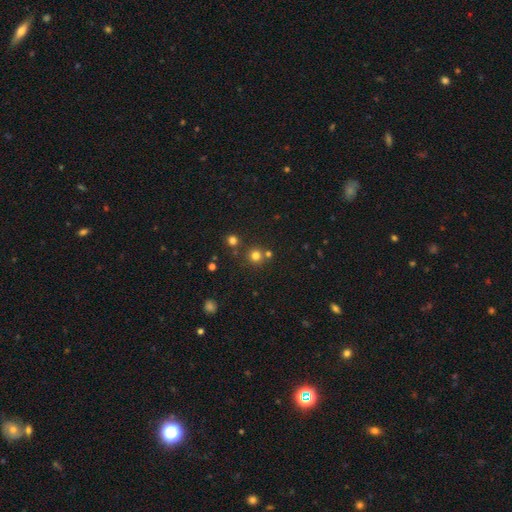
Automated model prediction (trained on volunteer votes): smooth-or-featured: smooth: 74% | star or artifact: 19% | featured or disk: 6%
  how-rounded: round: 93% | in between: 6% | cigar-shaped: 1%
  merging: none: 74% | merger: 16% | minor disturbance: 7% | major disturbance: 3%